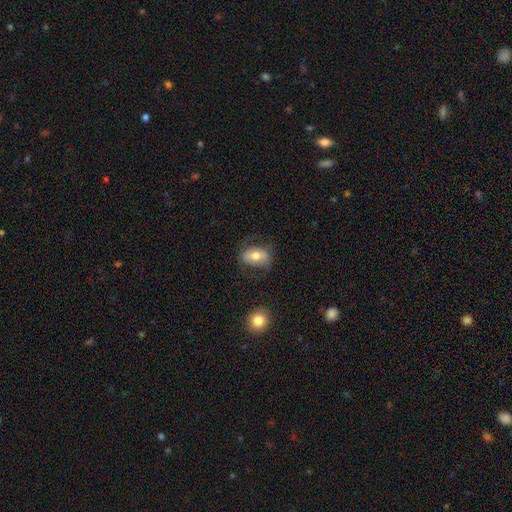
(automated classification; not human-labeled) Smooth or featured? Predicted: smooth (p=0.59). How rounded? Predicted: in between (p=0.80). Merging? Predicted: none (p=0.63).